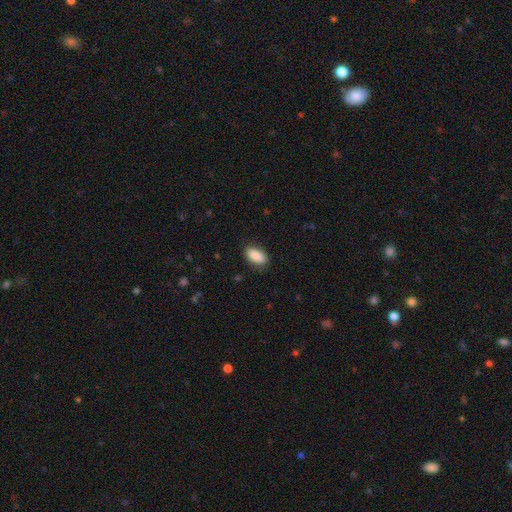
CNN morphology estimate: smooth 88%, star or artifact 7%, featured or disk 6%. Down the decision tree: how rounded — in between (92%); merging — none (85%).